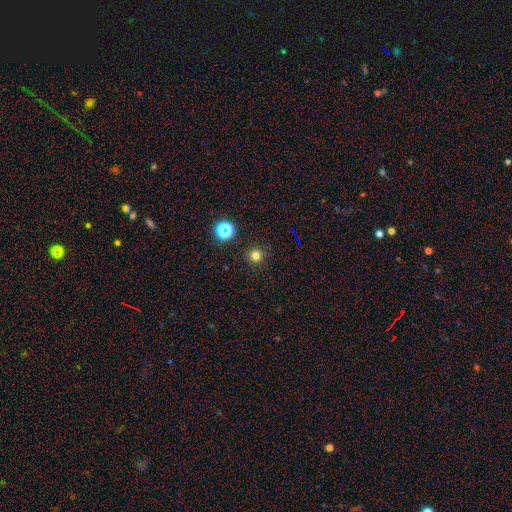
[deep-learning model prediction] Q: Smooth or featured?
A: smooth (74%); runner-up: star or artifact (20%)
Q: How rounded?
A: round (95%); runner-up: in between (4%)
Q: Merging?
A: none (91%); runner-up: minor disturbance (5%)